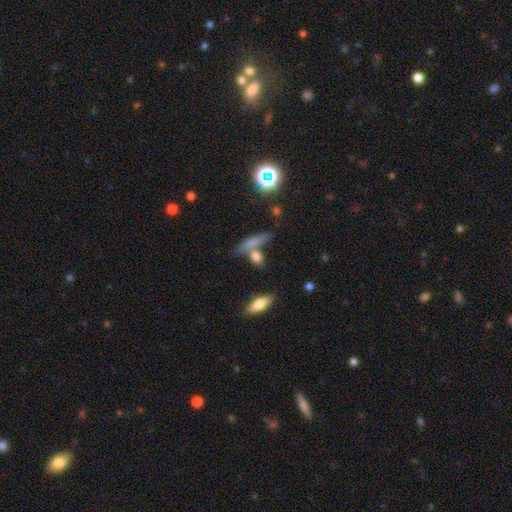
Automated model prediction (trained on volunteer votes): A smooth galaxy with no disk features (74%) that is in between round and cigar-shaped (43%). Merging: none (54%).